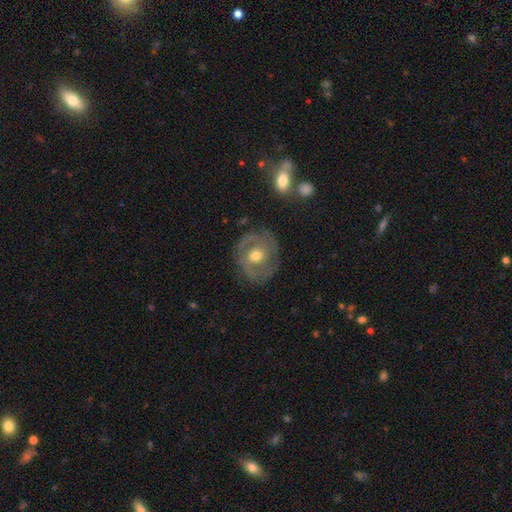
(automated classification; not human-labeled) Smooth or featured? Predicted: featured or disk (p=0.73). Edge-on disk? Predicted: no (p=0.96). Bar? Predicted: no (p=0.58). Spiral arms? Predicted: yes (p=0.77). Spiral winding? Predicted: tight (p=0.52). Spiral arm count? Predicted: 2 (p=0.59). Bulge size? Predicted: moderate (p=0.74). Merging? Predicted: none (p=0.77).